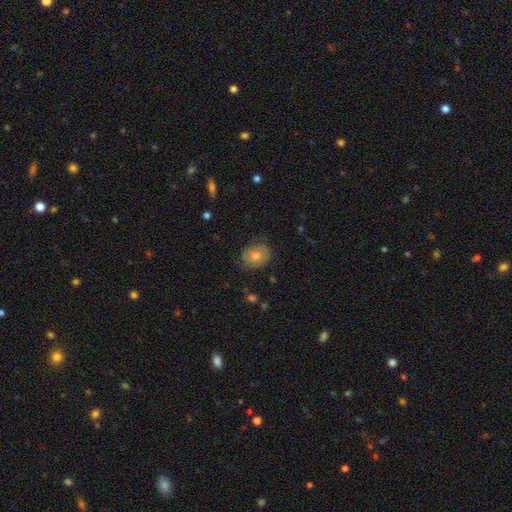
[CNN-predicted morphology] type=smooth (64%); roundness=round (60%); merging=none (78%).